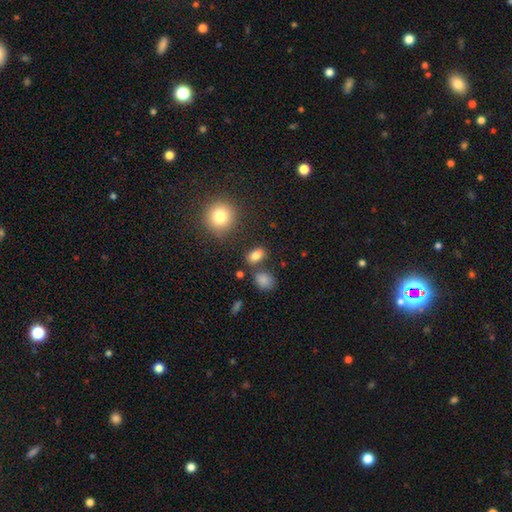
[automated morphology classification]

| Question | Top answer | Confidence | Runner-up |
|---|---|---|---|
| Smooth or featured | smooth | 82% | star or artifact (11%) |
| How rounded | in between | 83% | round (14%) |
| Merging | none | 74% | minor disturbance (12%) |